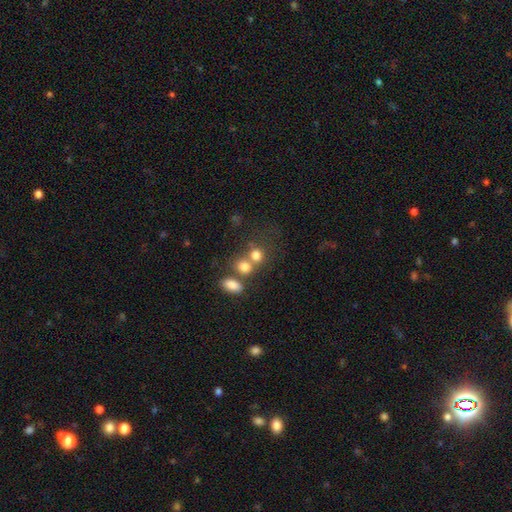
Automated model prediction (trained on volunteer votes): Morphology: type=smooth (74%); roundness=round (69%); merging=merger (43%).